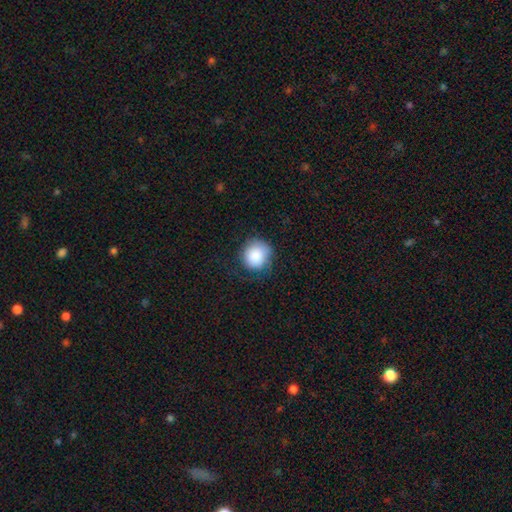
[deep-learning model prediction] A smooth galaxy with no disk features (85%) that is round (90%). Merging: none (66%).